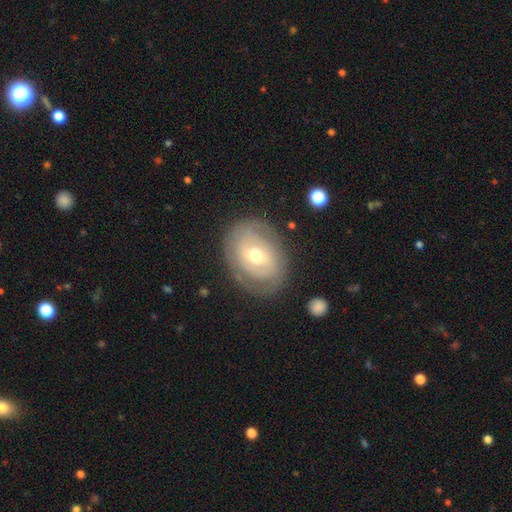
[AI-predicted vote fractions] smooth-or-featured: featured or disk: 66% | smooth: 28% | star or artifact: 6%
  disk-edge-on: no: 95% | yes: 5%
    bar: no: 46% | weak: 40% | strong: 14%
    has-spiral-arms: yes: 65% | no: 35%
    bulge-size: moderate: 69% | small: 25% | large: 4% | dominant: 1% | none: 1%
  merging: none: 77% | minor disturbance: 15% | major disturbance: 6% | merger: 1%